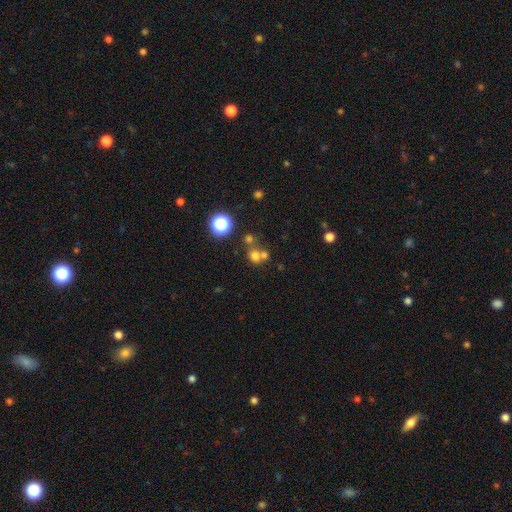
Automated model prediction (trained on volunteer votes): This is likely a smooth galaxy (66%). How rounded: clearly round (83%). Merging: possibly none (48%).